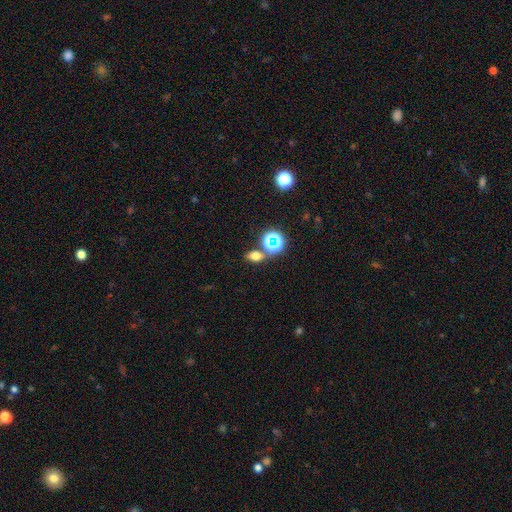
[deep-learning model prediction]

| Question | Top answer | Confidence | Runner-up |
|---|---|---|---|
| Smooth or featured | smooth | 62% | star or artifact (27%) |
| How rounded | in between | 73% | round (23%) |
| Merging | none | 71% | merger (14%) |